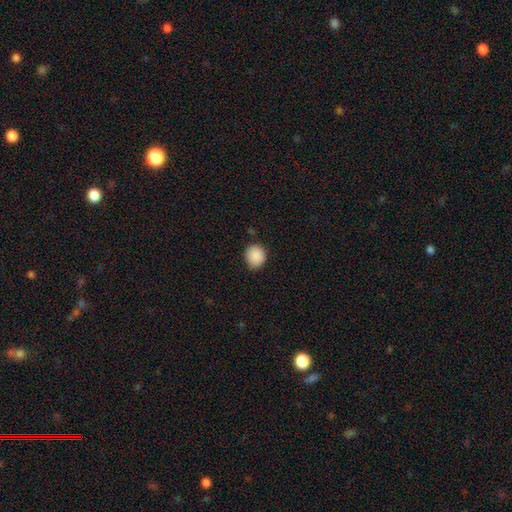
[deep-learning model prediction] A smooth galaxy with no disk features (89%) that is round (74%).

Vote fractions:
- Smooth or featured? smooth: 89% / star or artifact: 8% / featured or disk: 3%
- How rounded? round: 74% / in between: 25% / cigar-shaped: 1%
- Merging? none: 79% / minor disturbance: 17% / major disturbance: 3% / merger: 2%